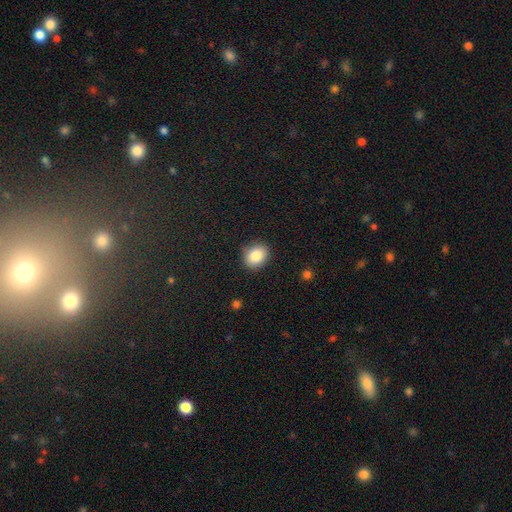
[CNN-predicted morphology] Q: Smooth or featured?
A: smooth (85%); runner-up: star or artifact (9%)
Q: How rounded?
A: round (50%); runner-up: in between (49%)
Q: Merging?
A: none (85%); runner-up: minor disturbance (11%)